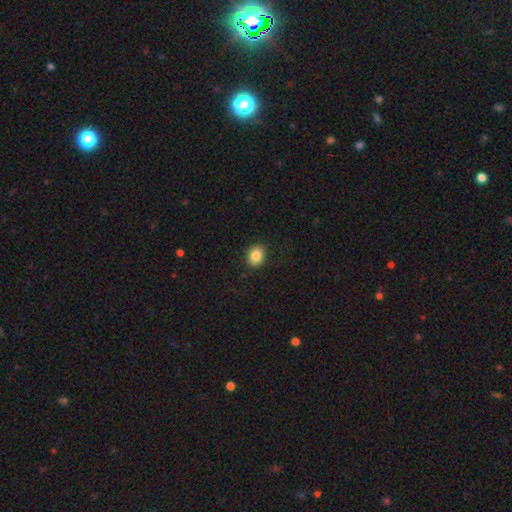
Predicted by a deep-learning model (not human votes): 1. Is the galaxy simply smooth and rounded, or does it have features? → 86% smooth, 9% star or artifact, 5% featured or disk.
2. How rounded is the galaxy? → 54% round, 45% in between, 1% cigar-shaped.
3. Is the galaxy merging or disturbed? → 88% none, 9% minor disturbance, 2% major disturbance, 1% merger.